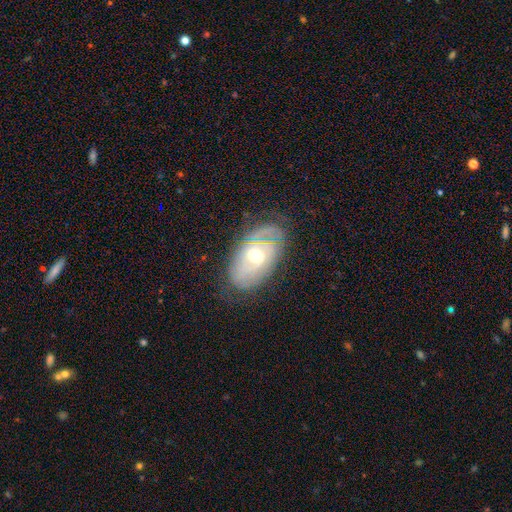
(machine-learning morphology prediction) featured or disk 75%, smooth 19%, star or artifact 7%. Down the decision tree: edge-on disk — no (92%); bar — no (59%); spiral arms — yes (80%); spiral arm count — can't tell (44%); spiral winding — tight (63%); bulge size — moderate (69%); merging — none (71%).